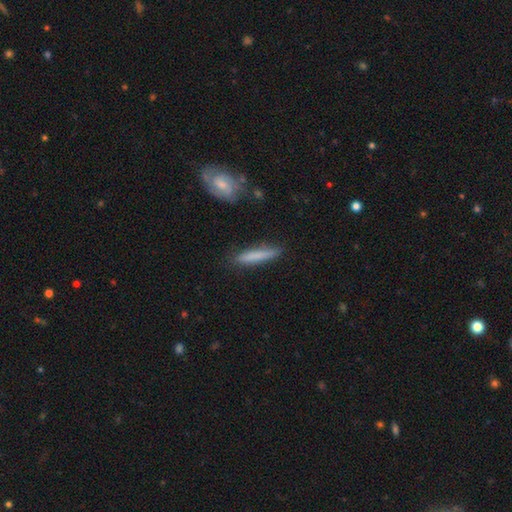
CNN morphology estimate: Smooth or featured? smooth (77%)
How rounded? cigar-shaped (91%)
Merging? none (84%)